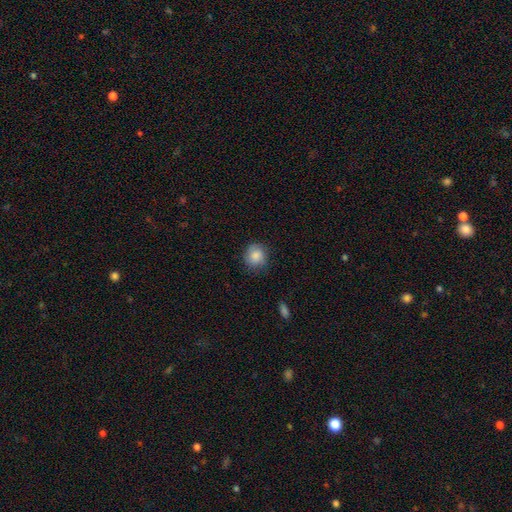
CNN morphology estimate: This is clearly a smooth galaxy (86%). How rounded: clearly round (86%). Merging: clearly none (82%).